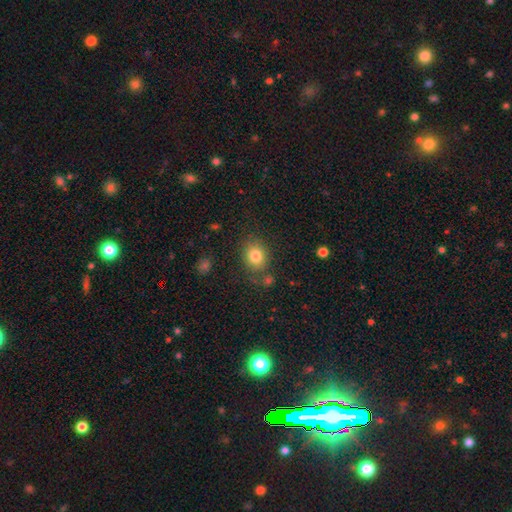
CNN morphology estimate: smooth 81%, star or artifact 11%, featured or disk 8%. Down the decision tree: how rounded — round (56%); merging — none (76%).